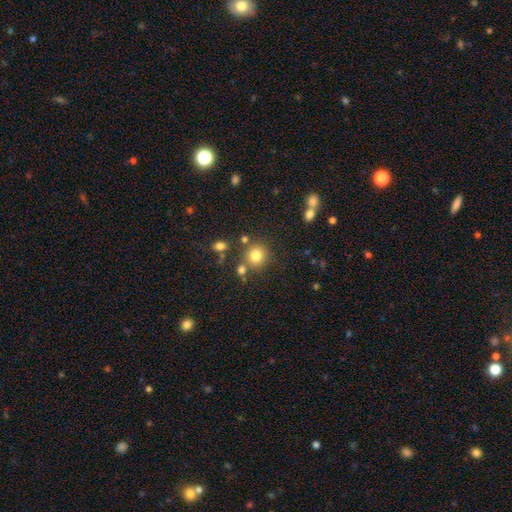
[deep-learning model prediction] This appears to be a smooth galaxy with no disk features (80%) that is round (90%). Merging: none (75%).